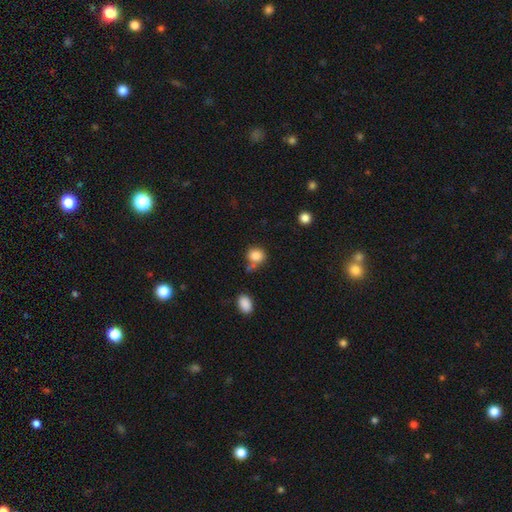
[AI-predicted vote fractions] This is clearly a smooth galaxy (84%). How rounded: likely round (68%). Merging: possibly none (60%).